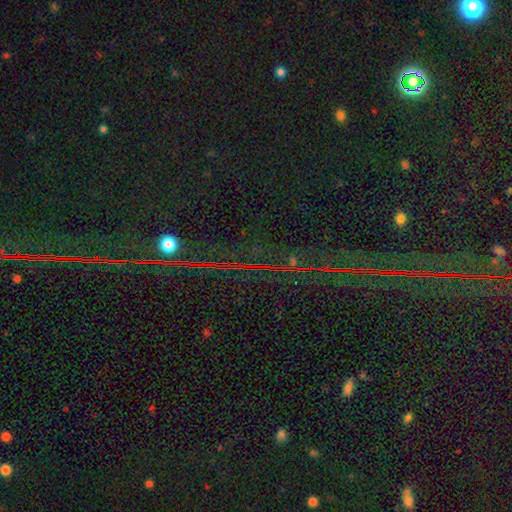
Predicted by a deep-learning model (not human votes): Smooth or featured: star or artifact — 86% (smooth — 7%)